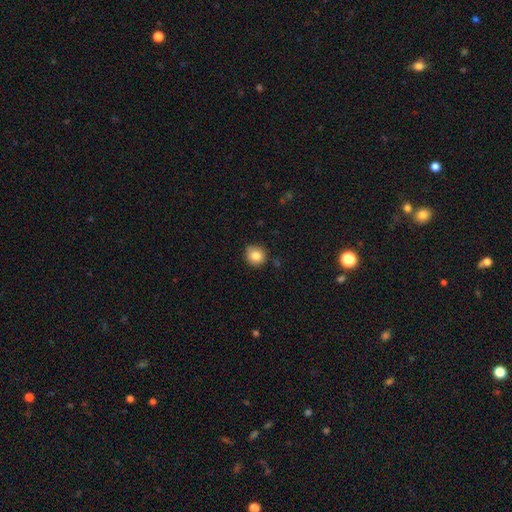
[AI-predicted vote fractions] smooth-or-featured: smooth: 84% | star or artifact: 10% | featured or disk: 6%
  how-rounded: round: 89% | in between: 10% | cigar-shaped: 1%
  merging: none: 84% | minor disturbance: 12% | major disturbance: 2% | merger: 2%